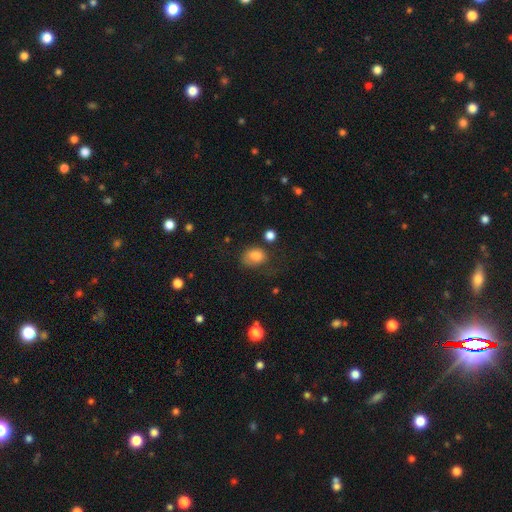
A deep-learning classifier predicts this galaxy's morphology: This appears to be a smooth galaxy with no disk features (80%) that is in between round and cigar-shaped (60%). Merging: none (47%).